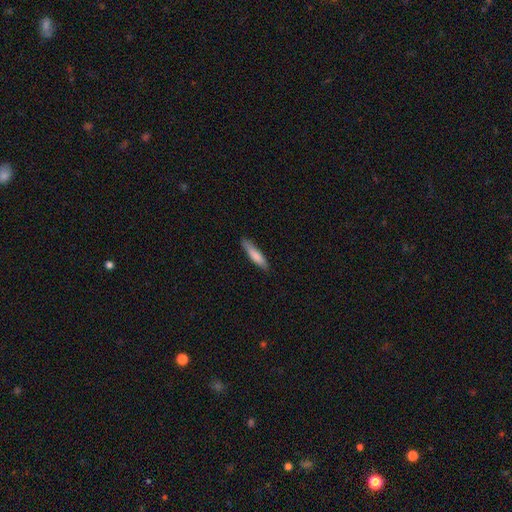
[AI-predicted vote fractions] A smooth galaxy with no disk features (80%) that is cigar-shaped (81%).

Vote fractions:
- Smooth or featured? smooth: 80% / featured or disk: 14% / star or artifact: 5%
- How rounded? cigar-shaped: 81% / in between: 18% / round: 1%
- Merging? none: 83% / minor disturbance: 14% / major disturbance: 2% / merger: 1%